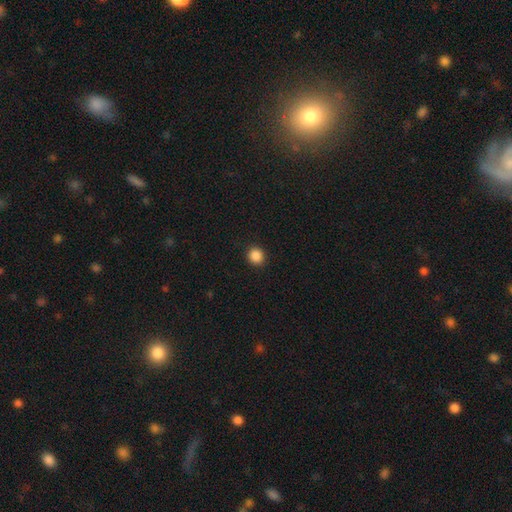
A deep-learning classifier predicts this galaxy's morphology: type=smooth (88%); roundness=round (89%); merging=none (92%).